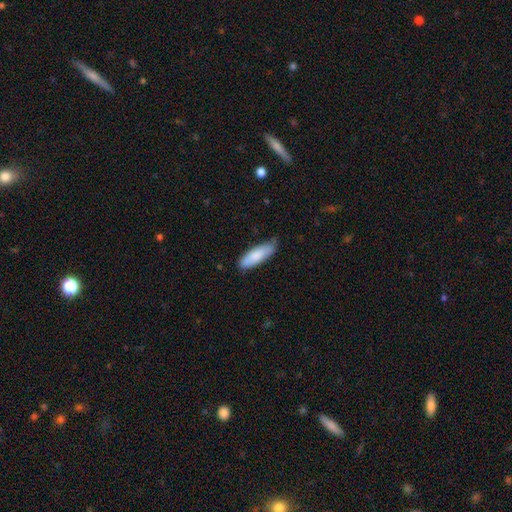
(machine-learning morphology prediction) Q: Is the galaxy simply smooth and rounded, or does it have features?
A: smooth — 84%.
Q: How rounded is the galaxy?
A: in between — 59%.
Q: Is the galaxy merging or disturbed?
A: none — 69%.